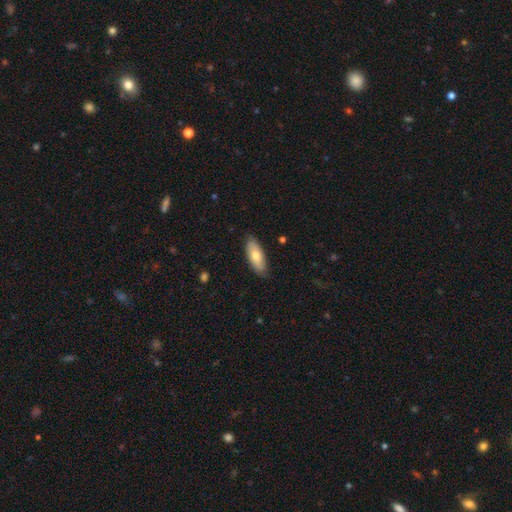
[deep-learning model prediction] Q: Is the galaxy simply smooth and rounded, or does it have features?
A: smooth — 69%.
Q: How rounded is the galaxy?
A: in between — 77%.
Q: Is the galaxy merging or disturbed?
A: none — 83%.